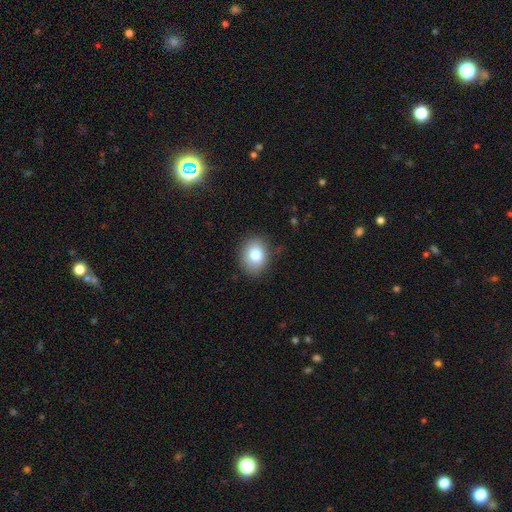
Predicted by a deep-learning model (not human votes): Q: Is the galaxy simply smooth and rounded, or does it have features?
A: smooth — 79%.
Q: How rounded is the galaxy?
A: round — 53%.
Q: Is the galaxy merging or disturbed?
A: none — 86%.